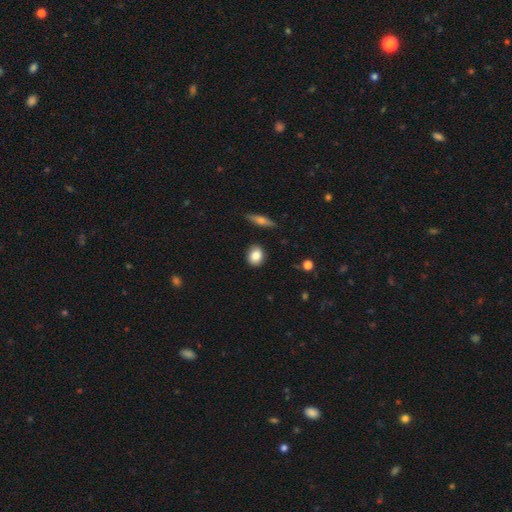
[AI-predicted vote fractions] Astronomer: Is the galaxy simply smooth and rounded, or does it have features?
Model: smooth — 85%.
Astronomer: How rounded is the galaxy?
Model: round — 61% (runner-up: in between, 37%).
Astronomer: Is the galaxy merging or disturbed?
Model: none — 89%.